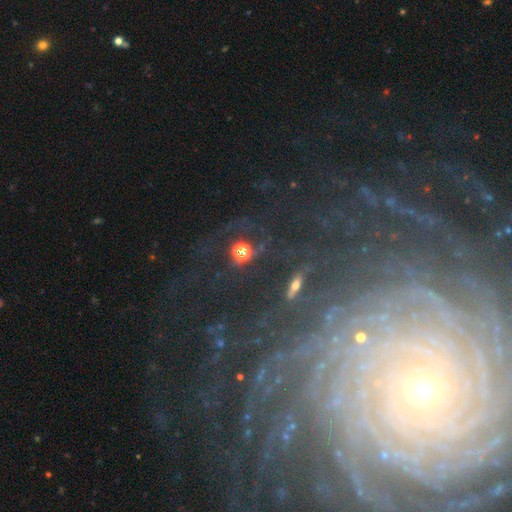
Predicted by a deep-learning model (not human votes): featured or disk 74%, star or artifact 17%, smooth 9%. Down the decision tree: edge-on disk — no (95%); bar — no (57%); spiral arms — yes (96%); spiral arm count — more than 4 (39%); spiral winding — tight (82%); bulge size — small (77%); merging — none (78%).